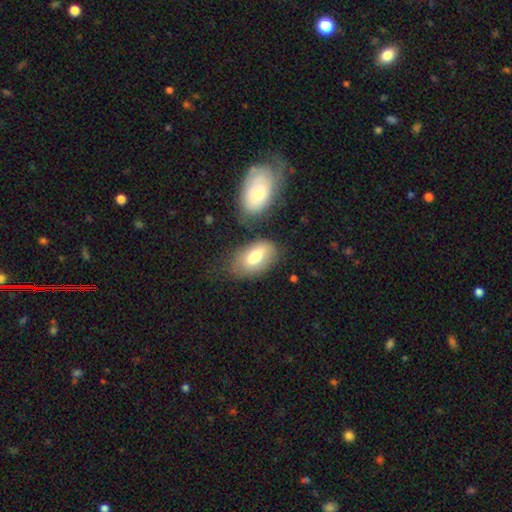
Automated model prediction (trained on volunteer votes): Smooth or featured: smooth — 75% (featured or disk — 18%)
How rounded: in between — 93% (round — 5%)
Merging: none — 62% (minor disturbance — 19%)